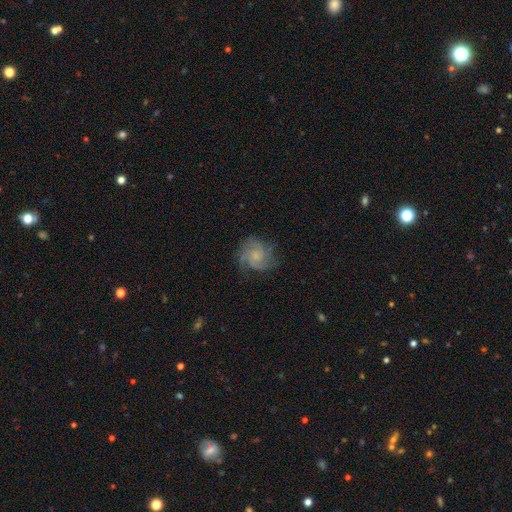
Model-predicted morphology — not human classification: type=featured or disk (74%); edge-on=no (98%); bar=no (74%); spiral arms=yes (95%); winding=tight (46%); arm count=3 (37%); bulge=small (57%); merging=none (71%).